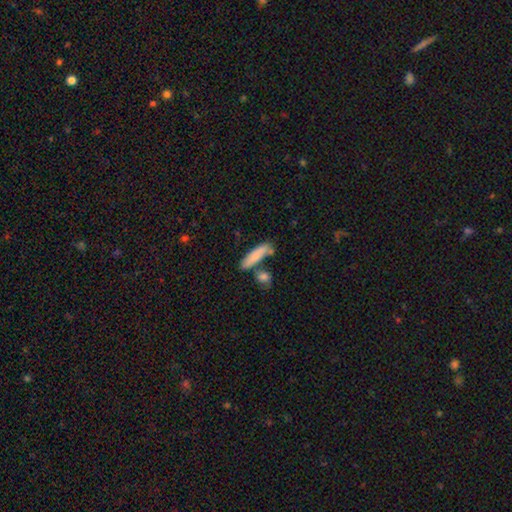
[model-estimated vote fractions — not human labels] smooth_or_featured: smooth (p=0.81) [alt: featured or disk p=0.13]
how_rounded: cigar-shaped (p=0.68) [alt: in between p=0.29]
merging: none (p=0.67) [alt: minor disturbance p=0.15]